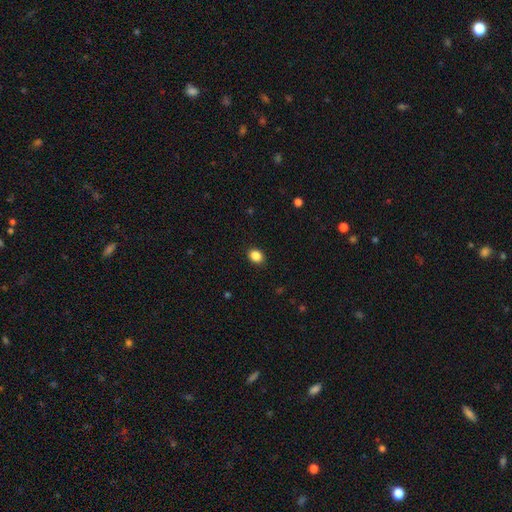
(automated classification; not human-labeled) Smooth or featured: smooth — 88% (star or artifact — 9%)
How rounded: in between — 54% (round — 45%)
Merging: none — 90% (minor disturbance — 7%)